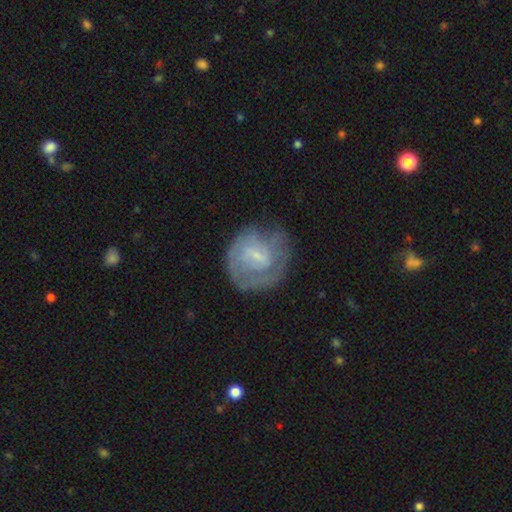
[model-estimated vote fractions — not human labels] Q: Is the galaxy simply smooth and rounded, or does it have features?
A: featured or disk — 64%.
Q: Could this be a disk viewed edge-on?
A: no — 97%.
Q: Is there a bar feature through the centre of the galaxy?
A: weak — 53%.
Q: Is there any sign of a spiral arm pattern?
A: yes — 76%.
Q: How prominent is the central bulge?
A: small — 64%.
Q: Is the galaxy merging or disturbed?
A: none — 58%.